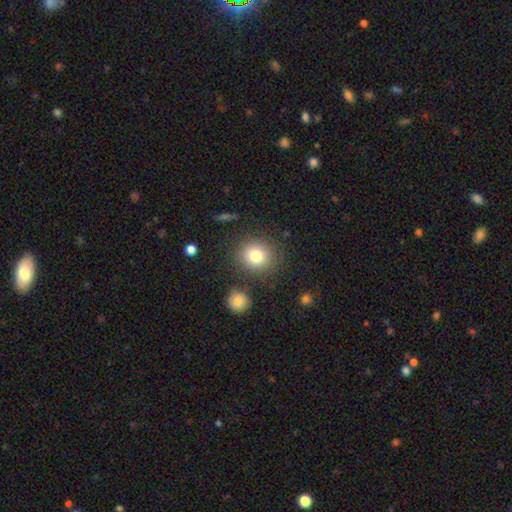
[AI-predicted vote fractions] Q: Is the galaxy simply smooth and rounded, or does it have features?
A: smooth — 80%.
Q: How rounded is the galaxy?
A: round — 85%.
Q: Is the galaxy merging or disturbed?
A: none — 84%.